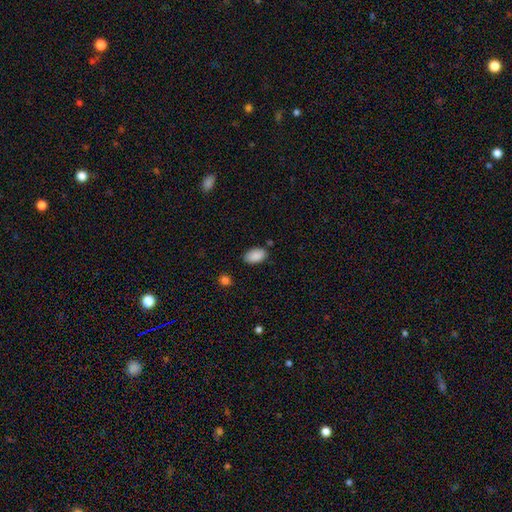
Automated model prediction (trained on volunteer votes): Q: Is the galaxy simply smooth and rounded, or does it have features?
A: smooth — 89%.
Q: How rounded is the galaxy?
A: in between — 94%.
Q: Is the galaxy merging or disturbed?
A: none — 82%.